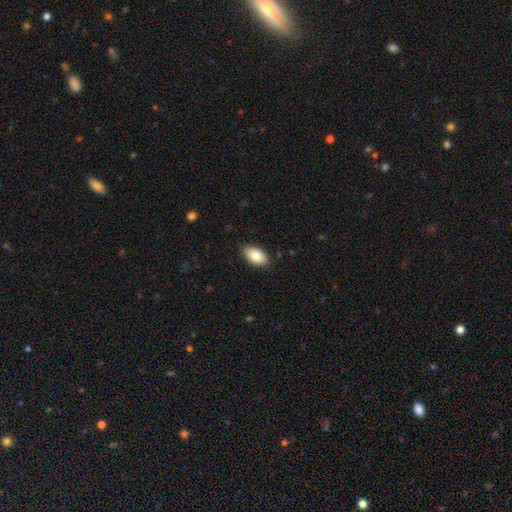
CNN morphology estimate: Smooth or featured?
  - smooth: 84% *
  - featured or disk: 10%
  - star or artifact: 7%
How rounded?
  - in between: 94% *
  - round: 3%
  - cigar-shaped: 2%
Merging?
  - none: 87% *
  - minor disturbance: 10%
  - major disturbance: 2%
  - merger: 1%